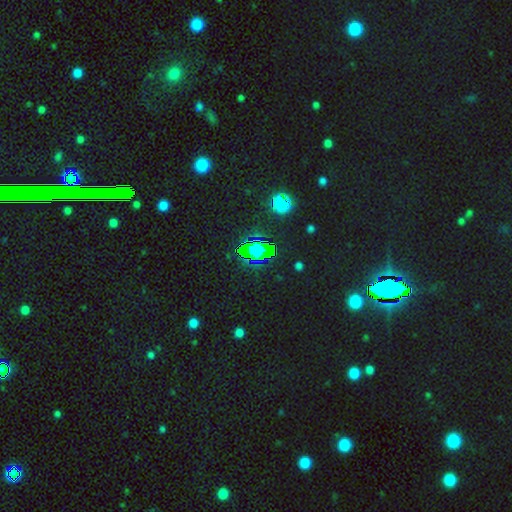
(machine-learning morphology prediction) This appears to be a star or artifact, not a galaxy (73%).